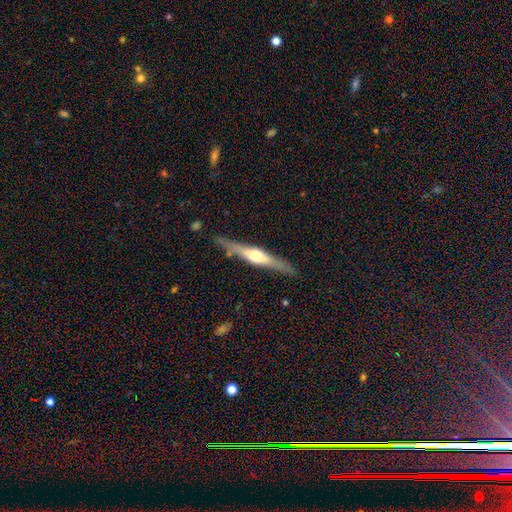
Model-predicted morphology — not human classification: smooth_or_featured: featured or disk (p=0.73) [alt: smooth p=0.22]
disk_edge_on: yes (p=0.97) [alt: no p=0.03]
edge_on_bulge: rounded (p=0.87) [alt: boxy p=0.09]
merging: none (p=0.85) [alt: minor disturbance p=0.11]